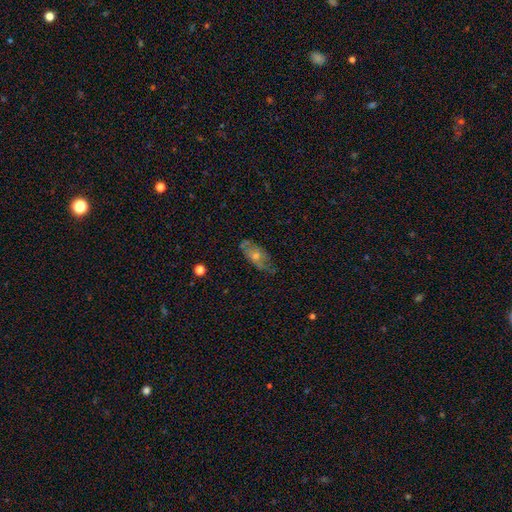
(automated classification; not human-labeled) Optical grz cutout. It shows a featured or disk galaxy (56%). Merging: none (67%).